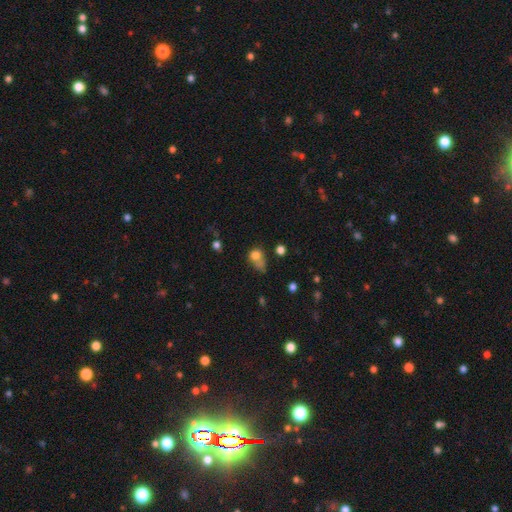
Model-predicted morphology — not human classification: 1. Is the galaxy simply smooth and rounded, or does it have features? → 74% smooth, 14% star or artifact, 12% featured or disk.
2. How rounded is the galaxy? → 63% round, 35% in between, 2% cigar-shaped.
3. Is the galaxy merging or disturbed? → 31% none, 27% merger, 22% minor disturbance, 21% major disturbance.